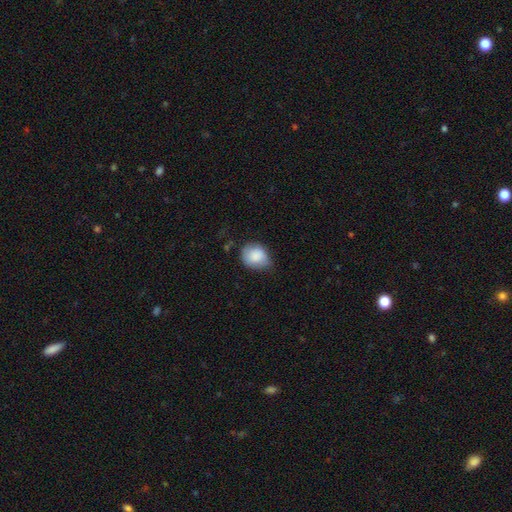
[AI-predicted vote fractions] smooth_or_featured: smooth (p=0.83) [alt: featured or disk p=0.10]
how_rounded: round (p=0.61) [alt: in between p=0.38]
merging: none (p=0.50) [alt: minor disturbance p=0.38]